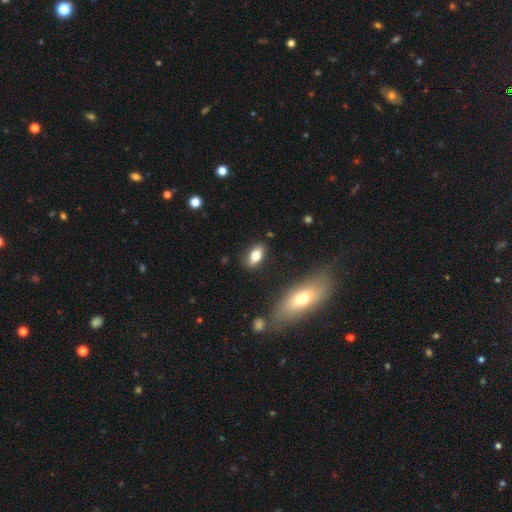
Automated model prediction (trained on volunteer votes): The model was most divided on "smooth or featured": smooth: 76%, featured or disk: 17%, star or artifact: 8%. More confident: how rounded — in between (87%); merging — none (84%).